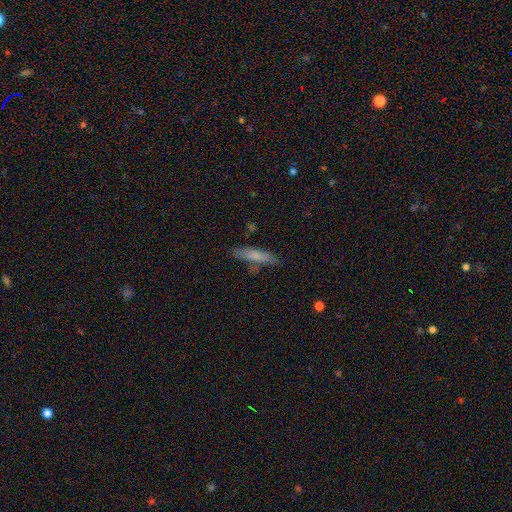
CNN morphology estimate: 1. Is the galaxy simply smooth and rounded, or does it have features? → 72% smooth, 22% featured or disk, 7% star or artifact.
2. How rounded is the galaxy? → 77% cigar-shaped, 21% in between, 2% round.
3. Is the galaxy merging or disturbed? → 75% none, 17% minor disturbance, 5% merger, 4% major disturbance.